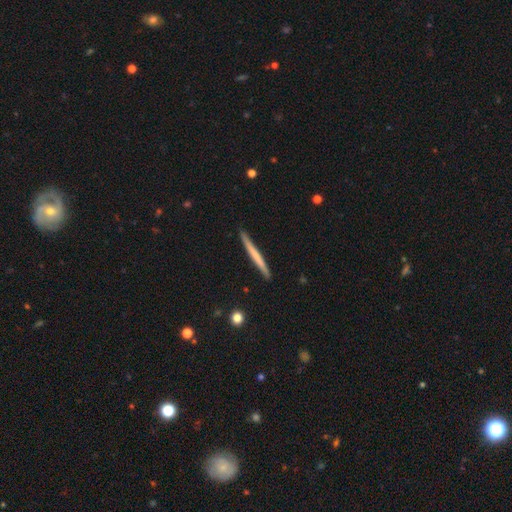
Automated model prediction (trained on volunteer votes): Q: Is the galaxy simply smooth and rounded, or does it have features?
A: smooth — 56%.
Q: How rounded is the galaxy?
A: cigar-shaped — 97%.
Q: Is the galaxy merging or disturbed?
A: none — 90%.